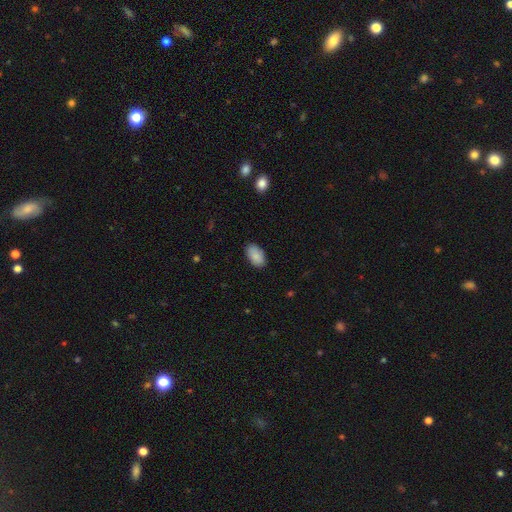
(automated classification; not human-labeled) This appears to be a smooth galaxy with no disk features (88%) that is in between round and cigar-shaped (94%). Merging: none (86%).